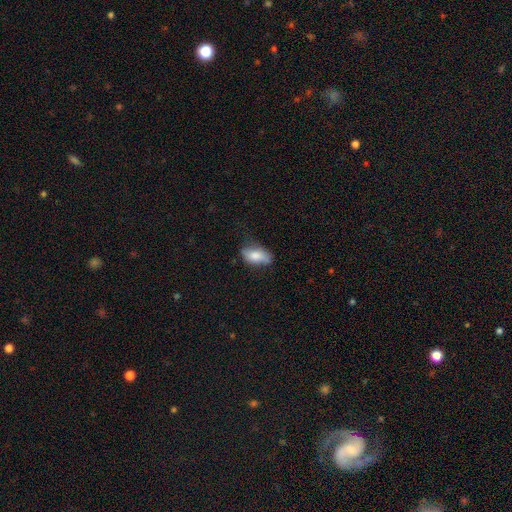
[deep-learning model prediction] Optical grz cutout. It shows a smooth galaxy with no disk features (76%) that is in between round and cigar-shaped (89%). Merging: none (58%).